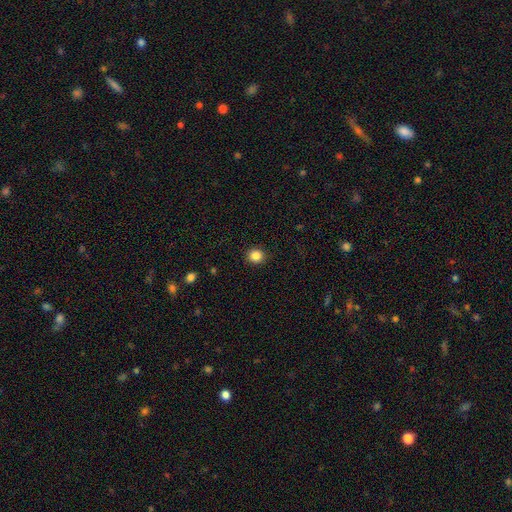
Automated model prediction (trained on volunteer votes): smooth_or_featured: smooth (p=0.85) [alt: star or artifact p=0.11]
how_rounded: round (p=0.89) [alt: in between p=0.10]
merging: none (p=0.92) [alt: minor disturbance p=0.06]